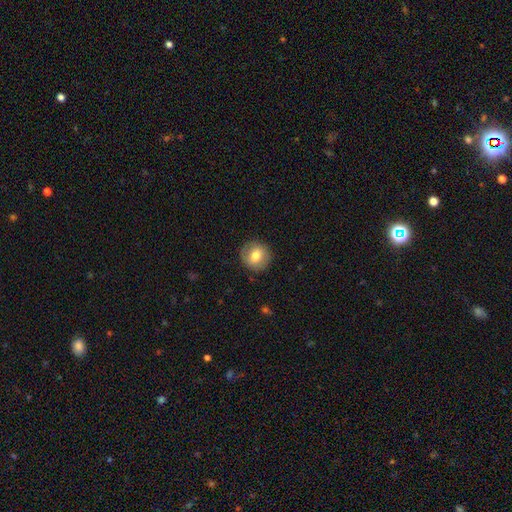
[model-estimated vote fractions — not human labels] smooth-or-featured: smooth: 70% | featured or disk: 22% | star or artifact: 8%
  how-rounded: round: 91% | in between: 8% | cigar-shaped: 1%
  merging: none: 88% | minor disturbance: 8% | major disturbance: 3% | merger: 1%